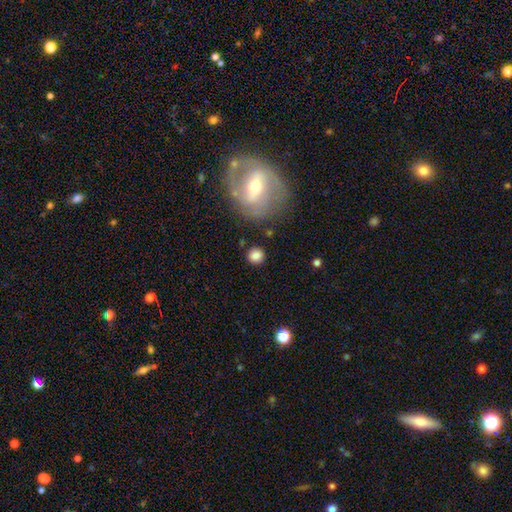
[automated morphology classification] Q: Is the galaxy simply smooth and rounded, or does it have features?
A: smooth — 84%.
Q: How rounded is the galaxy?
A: round — 90%.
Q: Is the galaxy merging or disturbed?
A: none — 85%.